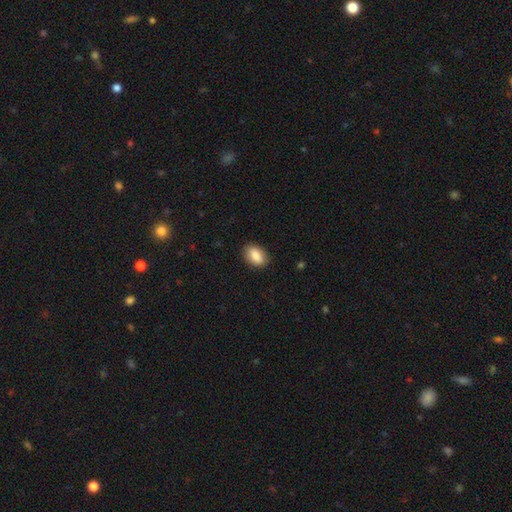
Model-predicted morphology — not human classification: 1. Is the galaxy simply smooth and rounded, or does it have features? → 87% smooth, 7% star or artifact, 6% featured or disk.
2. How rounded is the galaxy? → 89% in between, 9% round, 2% cigar-shaped.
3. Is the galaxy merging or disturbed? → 86% none, 11% minor disturbance, 2% major disturbance, 1% merger.